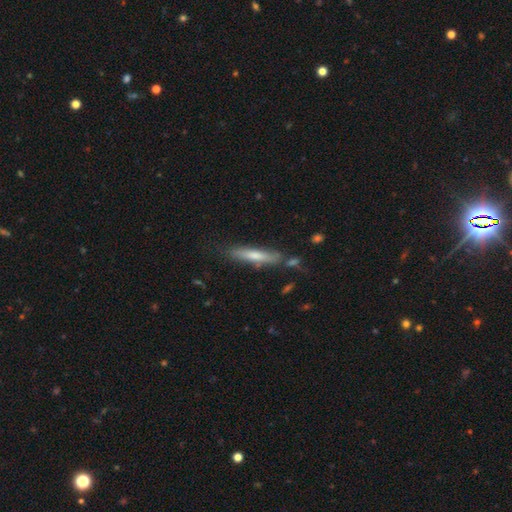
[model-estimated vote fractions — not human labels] smooth_or_featured: smooth (p=0.50) [alt: featured or disk p=0.43]
merging: none (p=0.74) [alt: minor disturbance p=0.16]